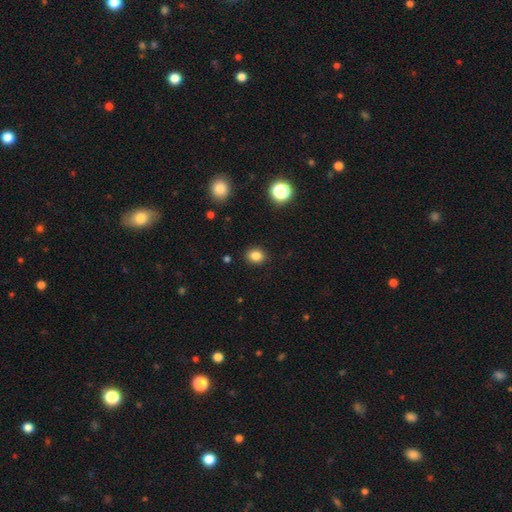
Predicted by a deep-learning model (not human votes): A smooth galaxy with no disk features (83%) that is round (51%). Merging: none (89%).